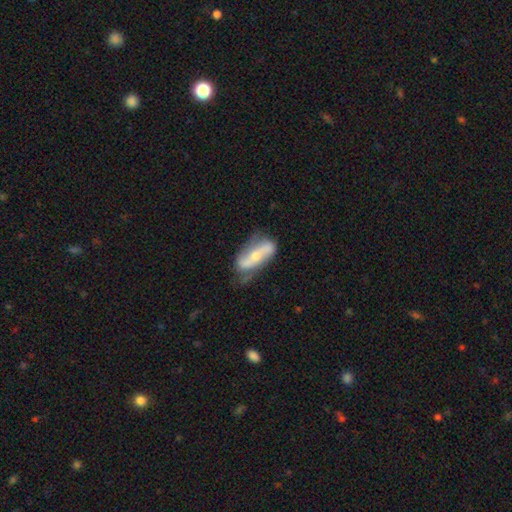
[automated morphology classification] A featured or disk galaxy (70%) with a strong bar (42%), spiral arms (82%) and a moderate central bulge (48%). Merging: none (59%).